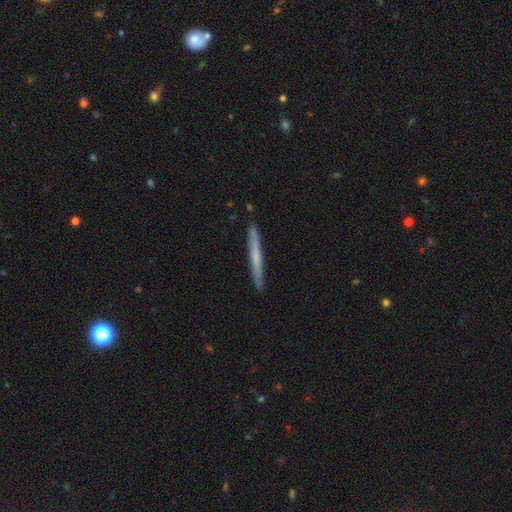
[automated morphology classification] Q: Smooth or featured?
A: smooth (53%); runner-up: featured or disk (42%)
Q: How rounded?
A: cigar-shaped (97%); runner-up: in between (2%)
Q: Merging?
A: none (92%); runner-up: minor disturbance (6%)